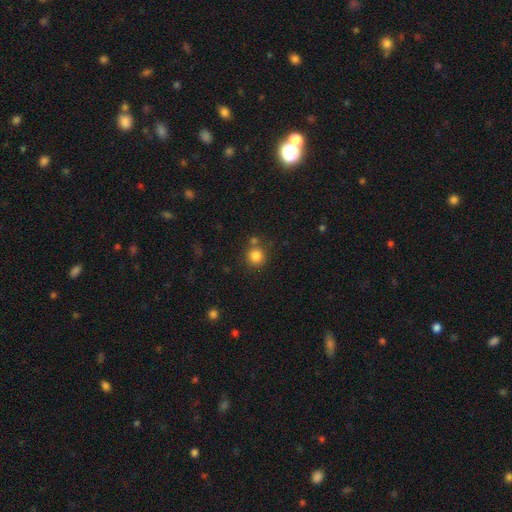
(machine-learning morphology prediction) smooth-or-featured: smooth: 84% | star or artifact: 11% | featured or disk: 5%
  how-rounded: round: 90% | in between: 9% | cigar-shaped: 1%
  merging: none: 71% | merger: 15% | minor disturbance: 10% | major disturbance: 4%